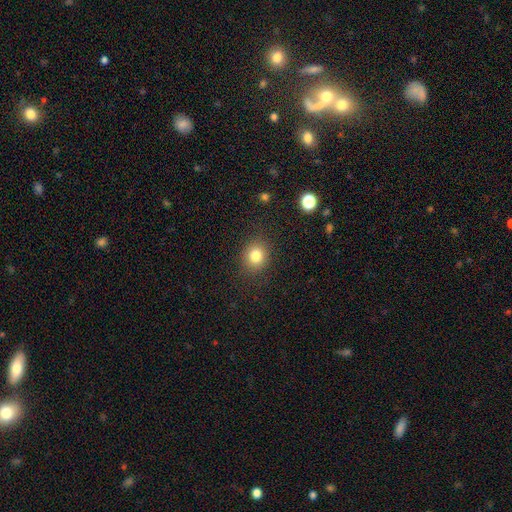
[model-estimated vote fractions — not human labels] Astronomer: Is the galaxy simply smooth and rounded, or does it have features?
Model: smooth — 81%.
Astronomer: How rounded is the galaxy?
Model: round — 75%.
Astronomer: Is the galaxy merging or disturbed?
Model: none — 87%.